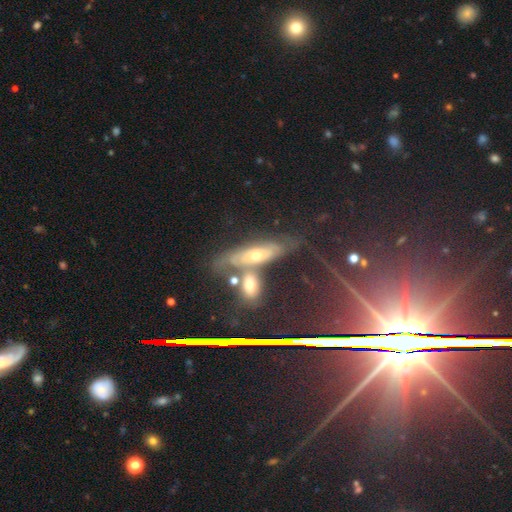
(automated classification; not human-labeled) This is marginally a smooth galaxy (42%). Merging: possibly none (51%).